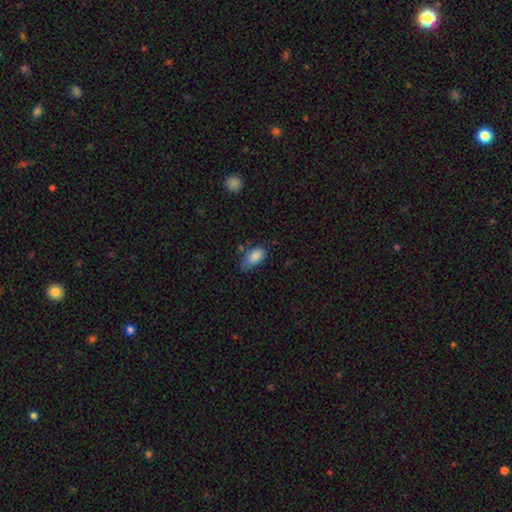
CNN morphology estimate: smooth_or_featured: smooth (p=0.85) [alt: star or artifact p=0.08]
how_rounded: in between (p=0.91) [alt: cigar-shaped p=0.05]
merging: none (p=0.43) [alt: minor disturbance p=0.42]